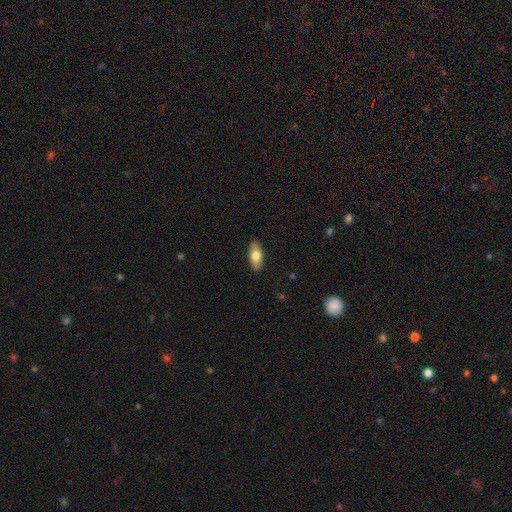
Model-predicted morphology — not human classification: smooth 72%, featured or disk 22%, star or artifact 6%. Down the decision tree: how rounded — in between (84%); merging — none (88%).